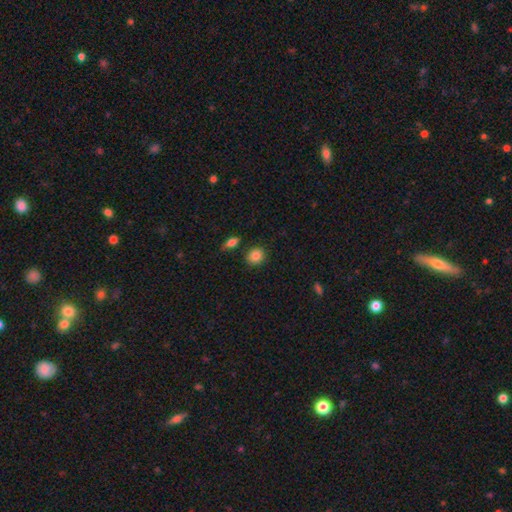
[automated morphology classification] Smooth or featured? smooth (86%)
How rounded? round (78%)
Merging? none (85%)